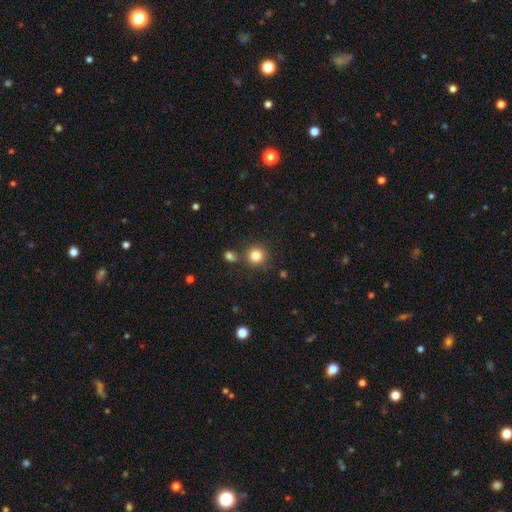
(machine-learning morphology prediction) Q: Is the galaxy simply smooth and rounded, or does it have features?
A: smooth — 81%.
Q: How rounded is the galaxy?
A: round — 92%.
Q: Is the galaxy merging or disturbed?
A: none — 79%.